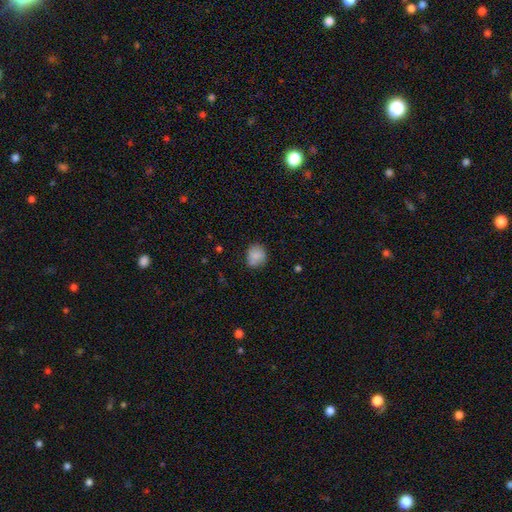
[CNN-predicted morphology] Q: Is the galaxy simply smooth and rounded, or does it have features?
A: smooth — 84%.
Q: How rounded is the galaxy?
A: round — 75%.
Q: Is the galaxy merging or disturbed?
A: none — 76%.